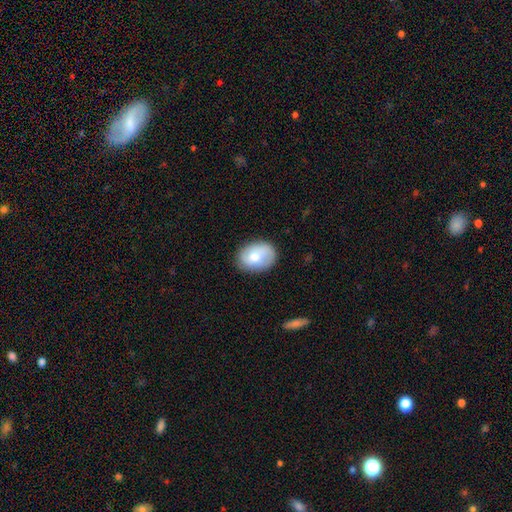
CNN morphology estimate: Smooth or featured: smooth — 70% (featured or disk — 23%)
How rounded: in between — 71% (round — 28%)
Merging: none — 78% (minor disturbance — 16%)